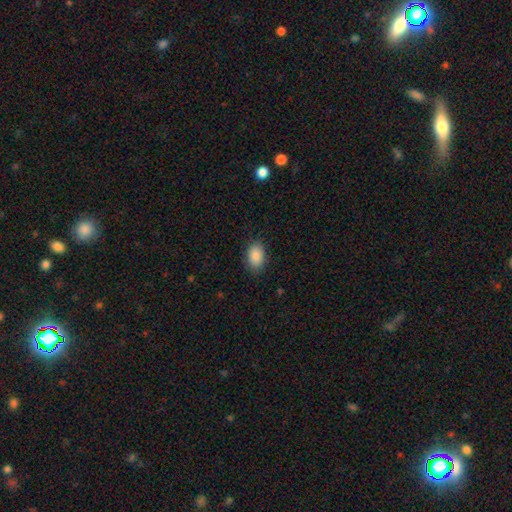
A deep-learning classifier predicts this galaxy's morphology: smooth-or-featured: smooth: 89% | star or artifact: 7% | featured or disk: 4%
  how-rounded: in between: 86% | round: 12% | cigar-shaped: 1%
  merging: none: 85% | minor disturbance: 11% | major disturbance: 3% | merger: 1%